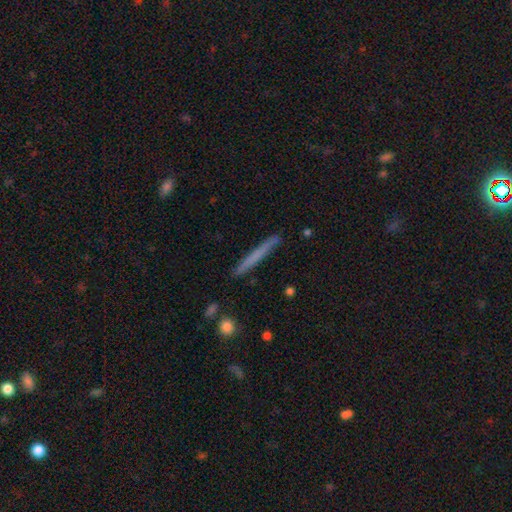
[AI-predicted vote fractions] smooth_or_featured: smooth (p=0.61) [alt: featured or disk p=0.33]
how_rounded: cigar-shaped (p=0.97) [alt: in between p=0.02]
merging: none (p=0.90) [alt: minor disturbance p=0.07]